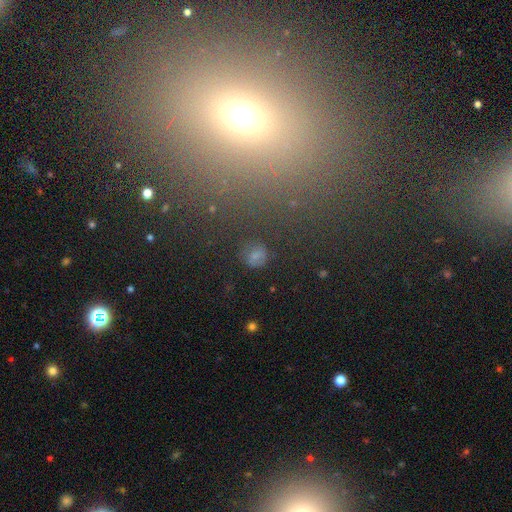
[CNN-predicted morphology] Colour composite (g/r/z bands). It shows a smooth galaxy with no disk features (61%) that is round (75%). Merging: none (71%).